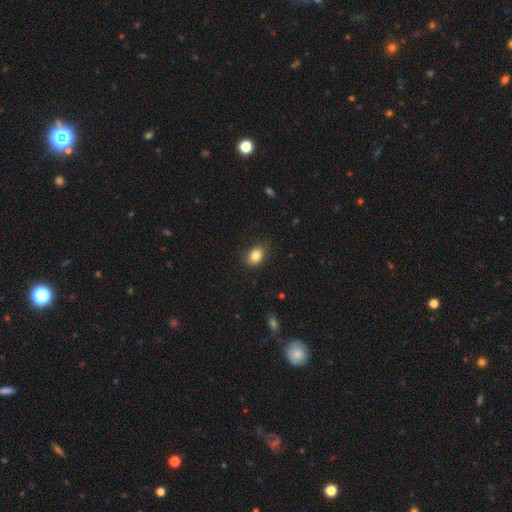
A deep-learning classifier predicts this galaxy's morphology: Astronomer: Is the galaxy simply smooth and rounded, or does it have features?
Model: smooth — 84%.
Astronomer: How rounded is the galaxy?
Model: in between — 68%.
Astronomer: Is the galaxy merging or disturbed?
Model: none — 82%.